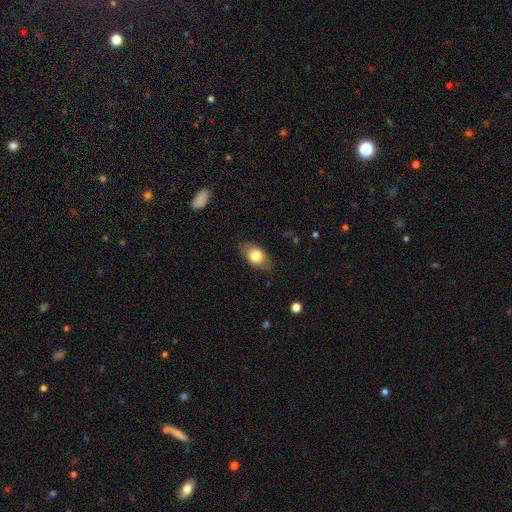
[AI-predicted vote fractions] Overall: smooth (74%). How rounded: in between (88%). Merging: none (81%).